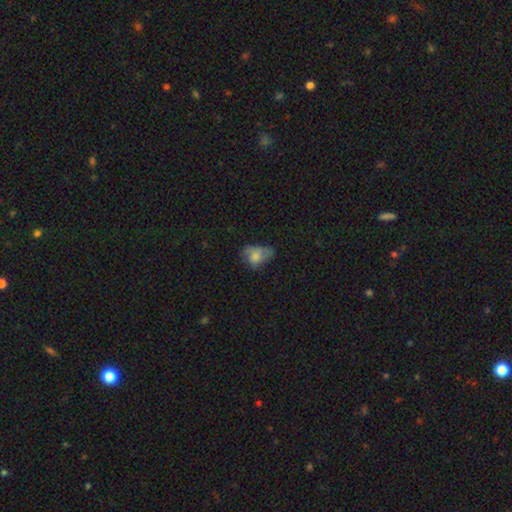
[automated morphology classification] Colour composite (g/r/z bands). It shows a smooth galaxy with no disk features (64%) that is in between round and cigar-shaped (80%). Merging: minor disturbance (33%).